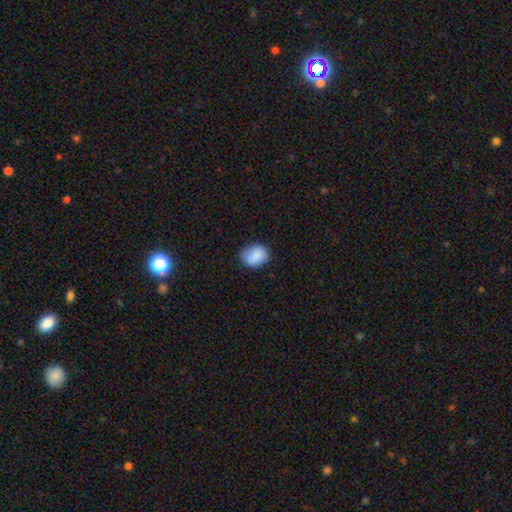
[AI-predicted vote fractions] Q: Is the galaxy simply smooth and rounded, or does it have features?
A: smooth — 86%.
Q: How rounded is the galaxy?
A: in between — 51%.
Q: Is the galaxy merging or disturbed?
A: none — 73%.